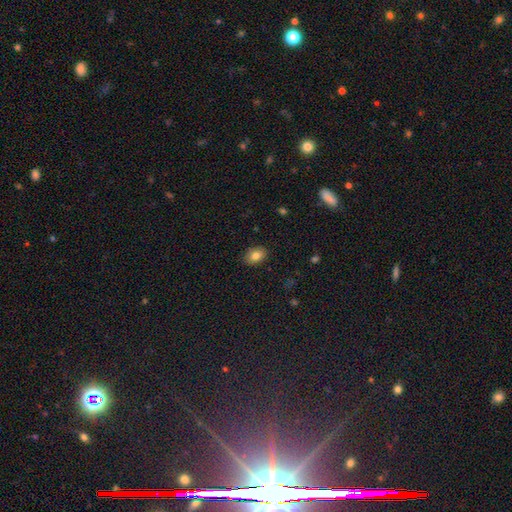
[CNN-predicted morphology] The model was most divided on "how rounded": in between: 82%, round: 17%, cigar-shaped: 1%. More confident: merging — none (88%); smooth or featured — smooth (83%).